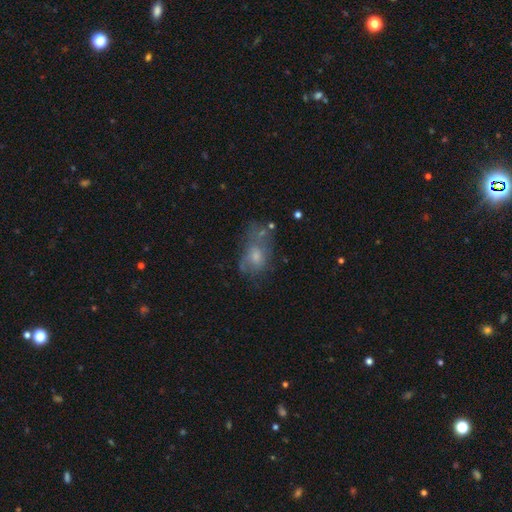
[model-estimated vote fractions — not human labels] The model was most divided on "merging": none: 34%, major disturbance: 30%, minor disturbance: 25%, merger: 11%. Remaining: smooth or featured — smooth (49%).